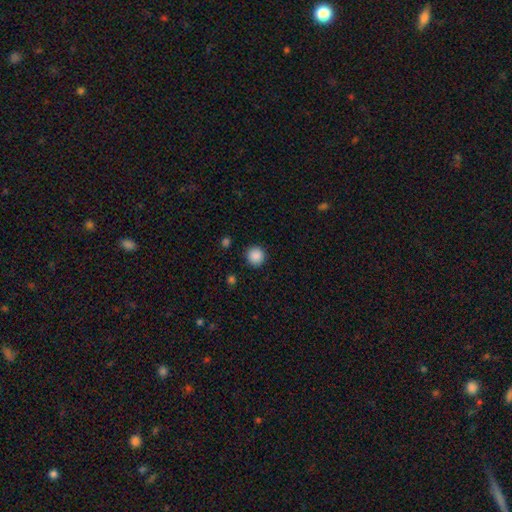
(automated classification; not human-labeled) Smooth or featured? Predicted: smooth (p=0.88). How rounded? Predicted: round (p=0.94). Merging? Predicted: none (p=0.91).